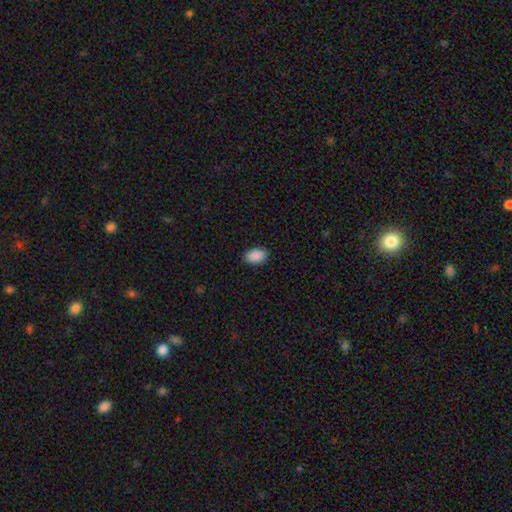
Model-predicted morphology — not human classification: Smooth or featured? smooth (91%)
How rounded? in between (91%)
Merging? none (89%)